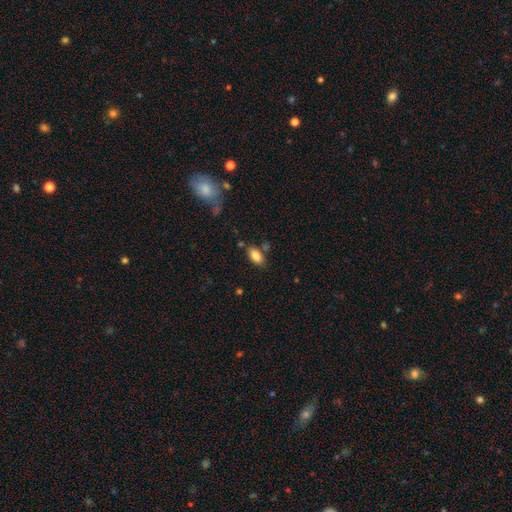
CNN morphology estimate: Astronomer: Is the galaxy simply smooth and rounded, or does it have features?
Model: smooth — 84%.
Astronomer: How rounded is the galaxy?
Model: in between — 92%.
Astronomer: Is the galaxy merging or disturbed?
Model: none — 75%.